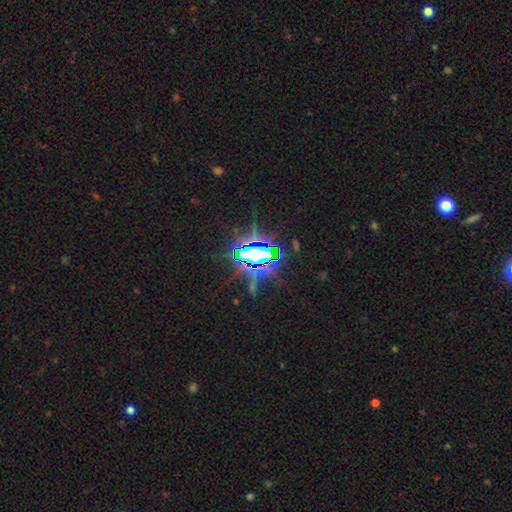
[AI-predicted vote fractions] Morphology: type=star or artifact (80%).